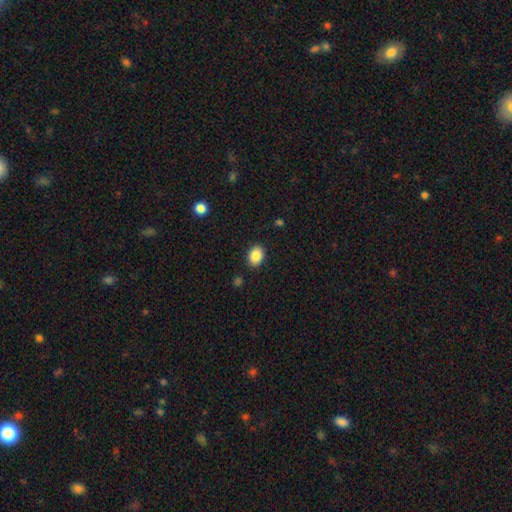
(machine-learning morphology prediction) A smooth galaxy with no disk features (87%) that is in between round and cigar-shaped (66%). Merging: none (88%).